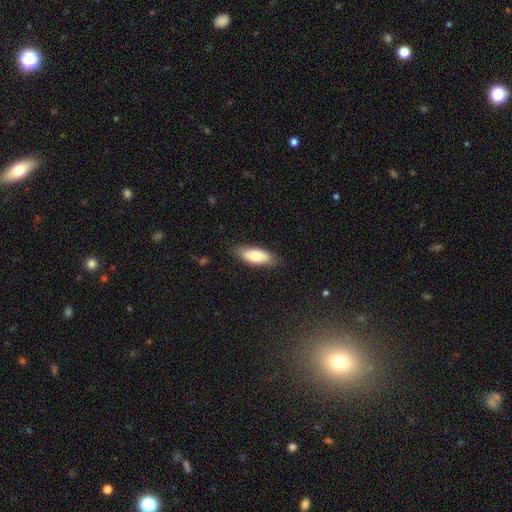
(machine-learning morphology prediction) Q: Smooth or featured?
A: smooth (72%); runner-up: featured or disk (22%)
Q: How rounded?
A: in between (77%); runner-up: cigar-shaped (21%)
Q: Merging?
A: none (84%); runner-up: minor disturbance (13%)